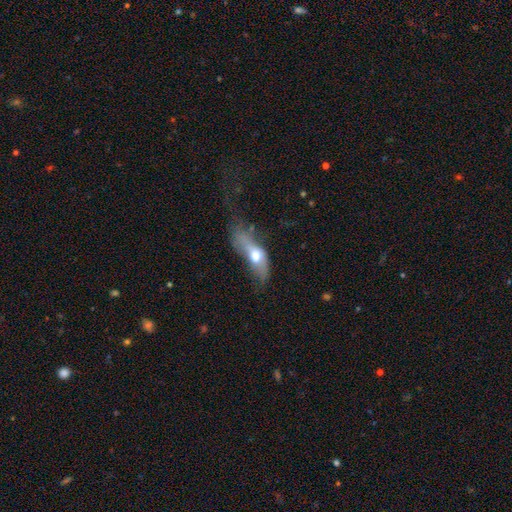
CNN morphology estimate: The model was most divided on "smooth or featured": smooth: 50%, featured or disk: 41%, star or artifact: 9%. Remaining: how rounded — in between (62%); merging — major disturbance (44%).